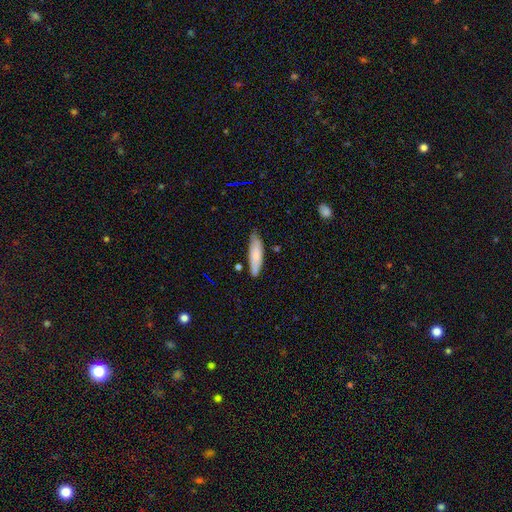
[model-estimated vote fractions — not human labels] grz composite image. It shows a smooth galaxy with no disk features (74%) that is cigar-shaped (56%). Merging: none (70%).